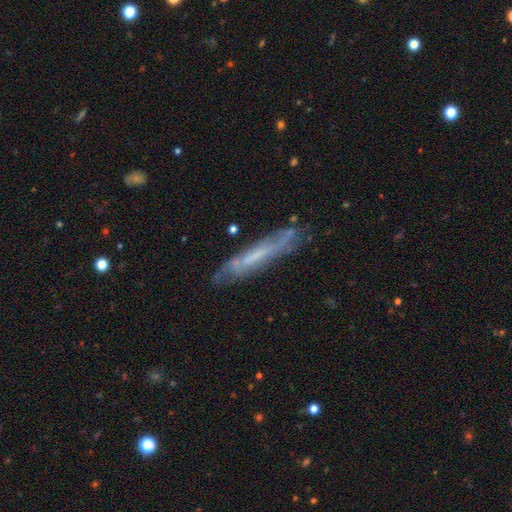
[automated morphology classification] type=featured or disk (61%); edge-on=yes (64%); merging=none (70%).